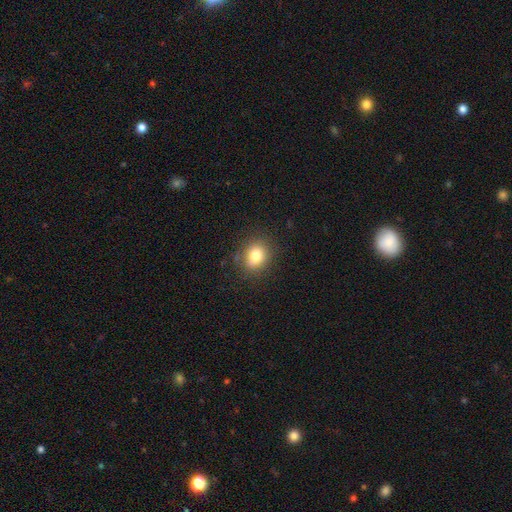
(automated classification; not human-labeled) Morphology: type=smooth (80%); roundness=round (61%); merging=none (83%).